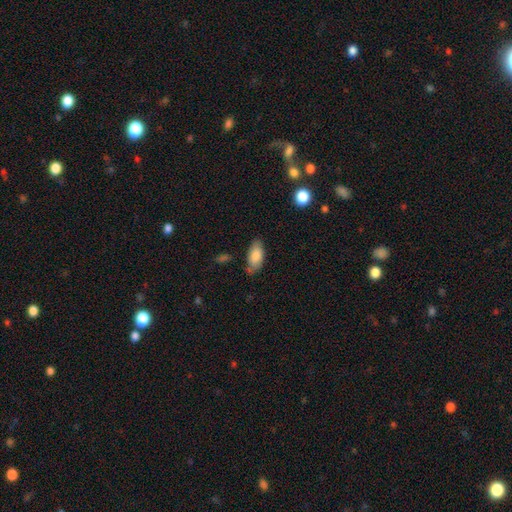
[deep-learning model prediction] Overall: smooth (83%). How rounded: in between (89%). Merging: none (70%).